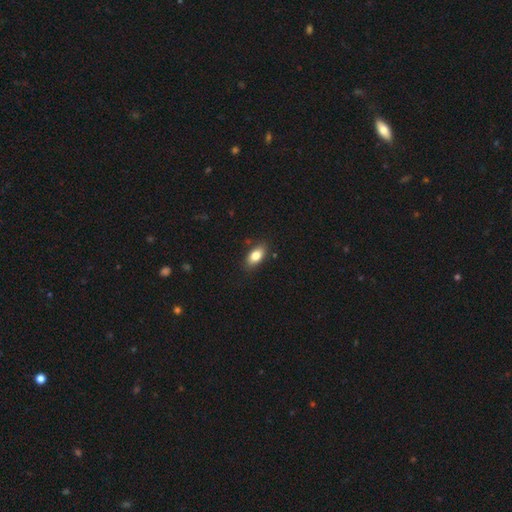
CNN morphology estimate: A smooth galaxy with no disk features (81%) that is in between round and cigar-shaped (89%).

Vote fractions:
- Smooth or featured? smooth: 81% / featured or disk: 11% / star or artifact: 8%
- How rounded? in between: 89% / cigar-shaped: 6% / round: 5%
- Merging? none: 84% / minor disturbance: 12% / major disturbance: 2% / merger: 2%